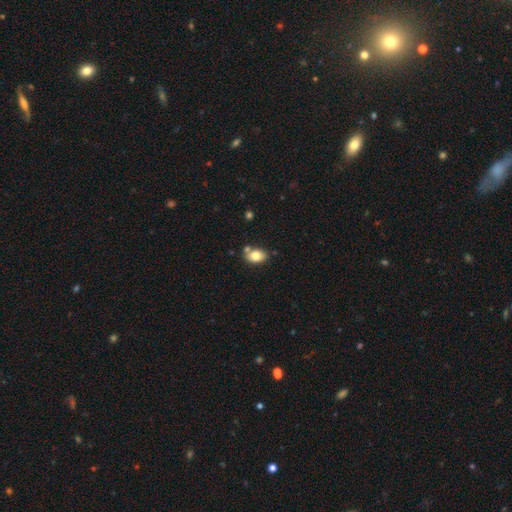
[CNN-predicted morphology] A smooth galaxy with no disk features (79%) that is in between round and cigar-shaped (81%).

Vote fractions:
- Smooth or featured? smooth: 79% / featured or disk: 12% / star or artifact: 9%
- How rounded? in between: 81% / round: 18% / cigar-shaped: 1%
- Merging? none: 66% / minor disturbance: 16% / merger: 14% / major disturbance: 4%